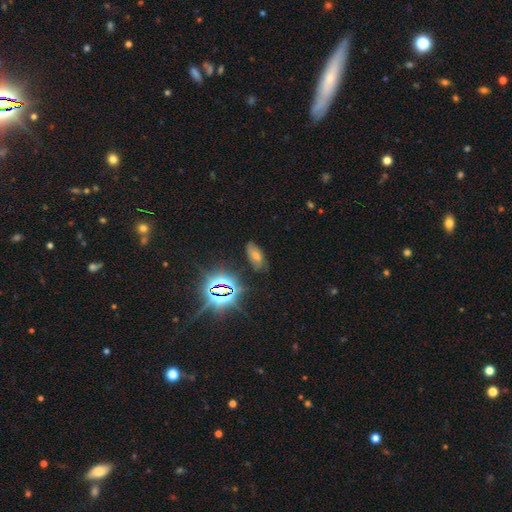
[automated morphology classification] This appears to be a star or artifact, not a galaxy (53%).